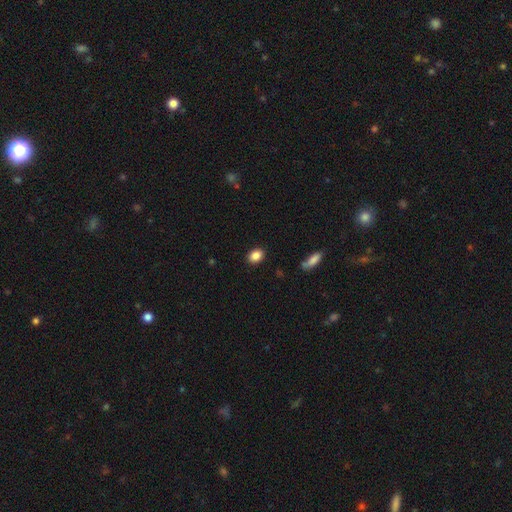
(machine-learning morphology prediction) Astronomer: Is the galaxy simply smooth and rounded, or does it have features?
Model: smooth — 87%.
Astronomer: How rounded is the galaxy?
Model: in between — 67%.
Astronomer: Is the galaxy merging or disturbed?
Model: none — 89%.